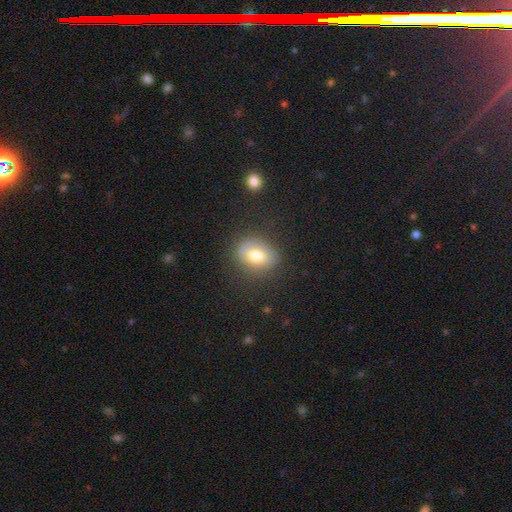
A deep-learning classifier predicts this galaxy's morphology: smooth-or-featured: smooth: 70% | featured or disk: 20% | star or artifact: 10%
  how-rounded: in between: 59% | round: 40% | cigar-shaped: 1%
  merging: none: 74% | minor disturbance: 17% | major disturbance: 7% | merger: 2%